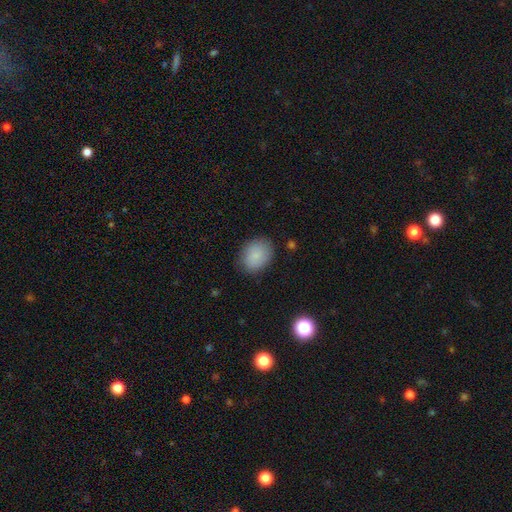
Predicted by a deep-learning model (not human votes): A smooth galaxy with no disk features (85%) that is in between round and cigar-shaped (54%). Merging: none (82%).